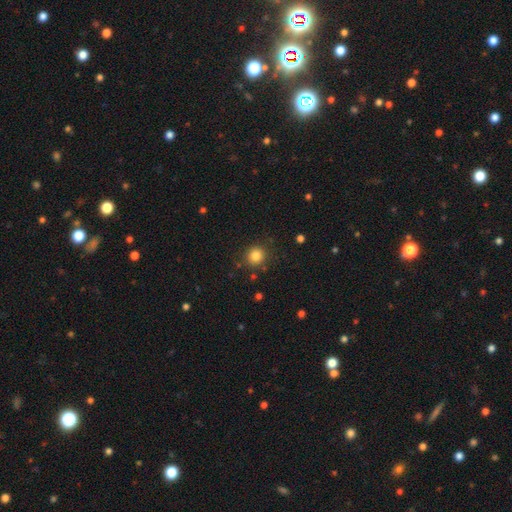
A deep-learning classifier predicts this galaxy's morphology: Q: Smooth or featured?
A: smooth (84%); runner-up: star or artifact (12%)
Q: How rounded?
A: round (88%); runner-up: in between (11%)
Q: Merging?
A: none (85%); runner-up: minor disturbance (9%)